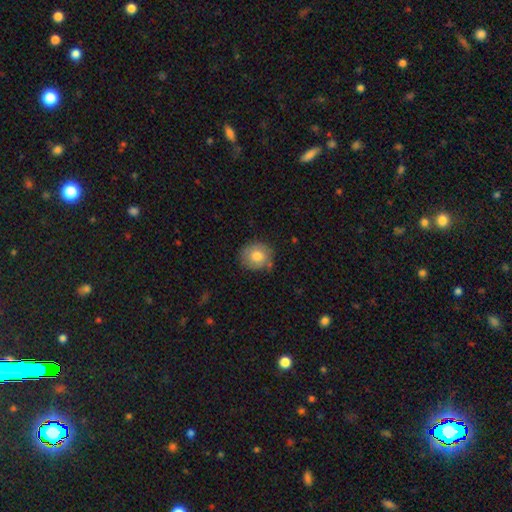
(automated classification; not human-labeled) Overall: smooth (76%). How rounded: round (85%). Merging: none (78%).